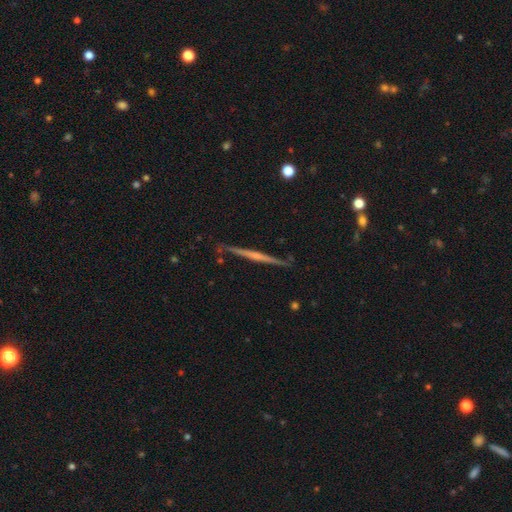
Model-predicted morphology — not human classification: Smooth or featured? featured or disk (73%)
Edge-on disk? yes (98%)
Edge-on bulge? none (52%)
Merging? none (86%)